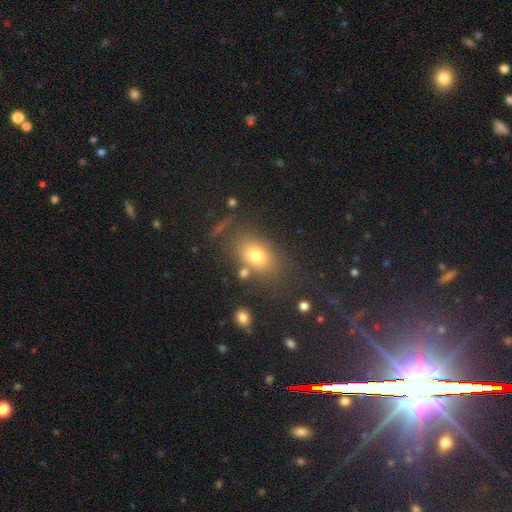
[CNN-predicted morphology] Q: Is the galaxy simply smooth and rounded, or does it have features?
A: smooth — 72%.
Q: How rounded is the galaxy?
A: in between — 77%.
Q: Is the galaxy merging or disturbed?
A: none — 72%.